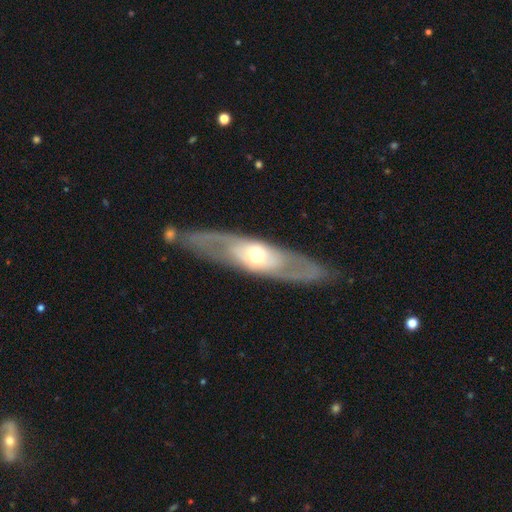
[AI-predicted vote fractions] Smooth or featured? Predicted: featured or disk (p=0.71). Edge-on disk? Predicted: no (p=0.64). Merging? Predicted: none (p=0.80).